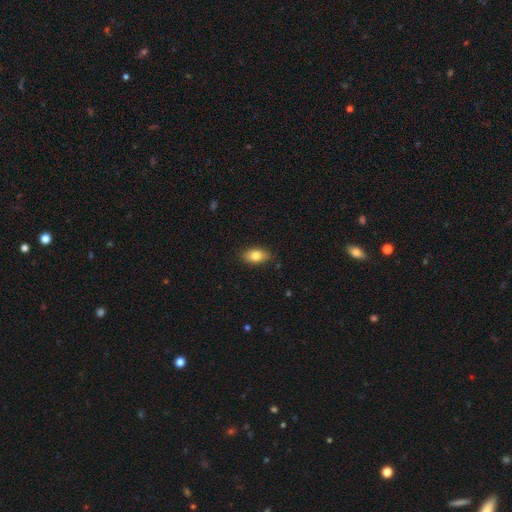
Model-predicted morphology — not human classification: smooth_or_featured: smooth (p=0.81) [alt: featured or disk p=0.11]
how_rounded: in between (p=0.89) [alt: round p=0.07]
merging: none (p=0.87) [alt: minor disturbance p=0.10]